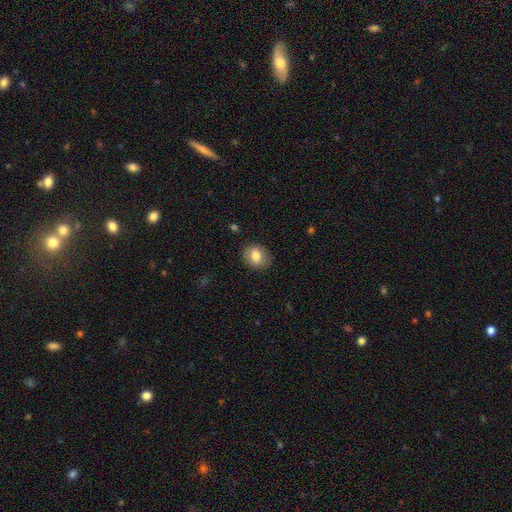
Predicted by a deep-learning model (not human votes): smooth_or_featured: smooth (p=0.80) [alt: featured or disk p=0.11]
how_rounded: round (p=0.52) [alt: in between p=0.47]
merging: none (p=0.87) [alt: minor disturbance p=0.10]